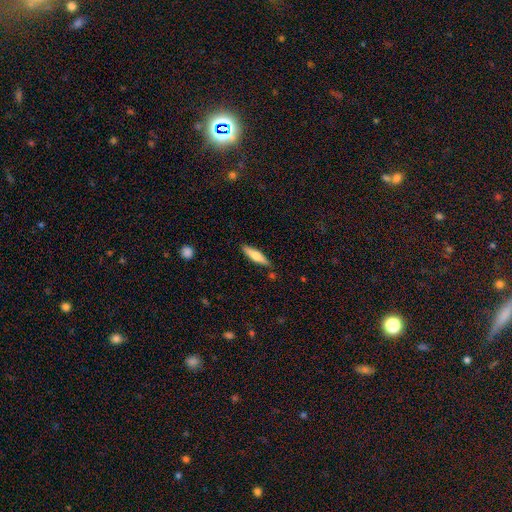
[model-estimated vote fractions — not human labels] This appears to be a smooth galaxy with no disk features (63%) that is cigar-shaped (73%). Merging: none (85%).